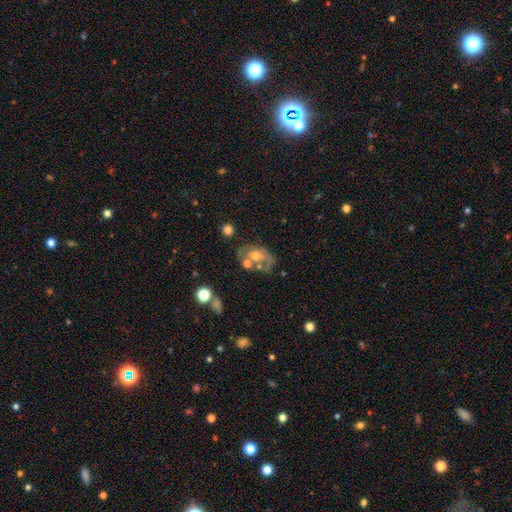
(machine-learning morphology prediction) smooth-or-featured: featured or disk: 51% | smooth: 39% | star or artifact: 11%
  disk-edge-on: no: 93% | yes: 7%
  merging: none: 40% | merger: 25% | minor disturbance: 21% | major disturbance: 14%